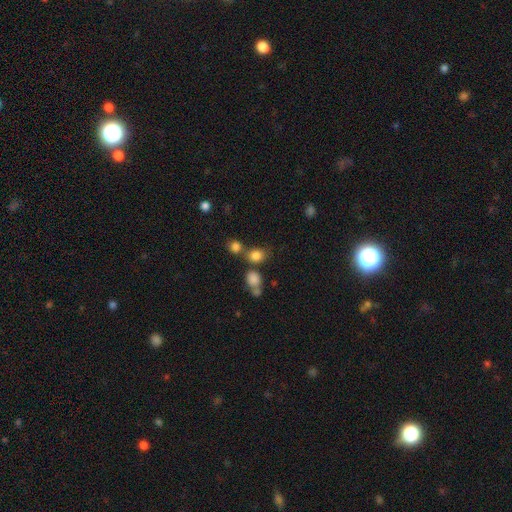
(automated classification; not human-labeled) Morphology: type=smooth (81%); roundness=round (58%); merging=none (56%).